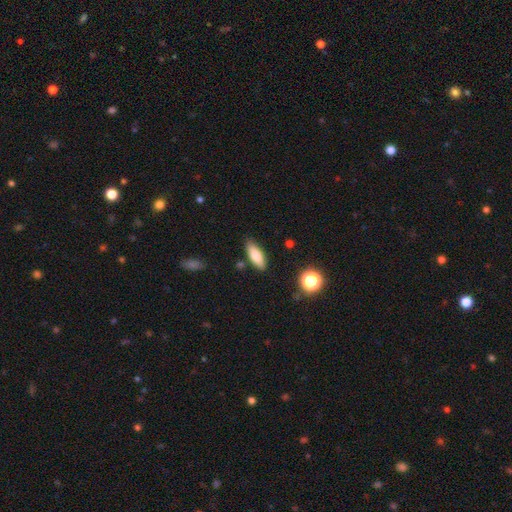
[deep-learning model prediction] Smooth or featured? smooth (76%)
How rounded? in between (67%)
Merging? none (84%)